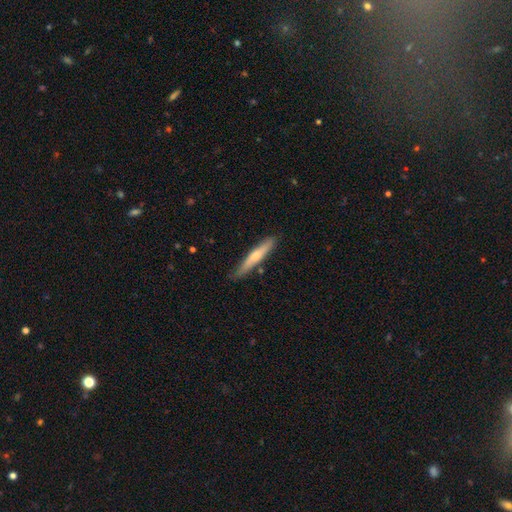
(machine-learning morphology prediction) Smooth or featured? Predicted: smooth (p=0.52). How rounded? Predicted: cigar-shaped (p=0.92). Merging? Predicted: none (p=0.81).